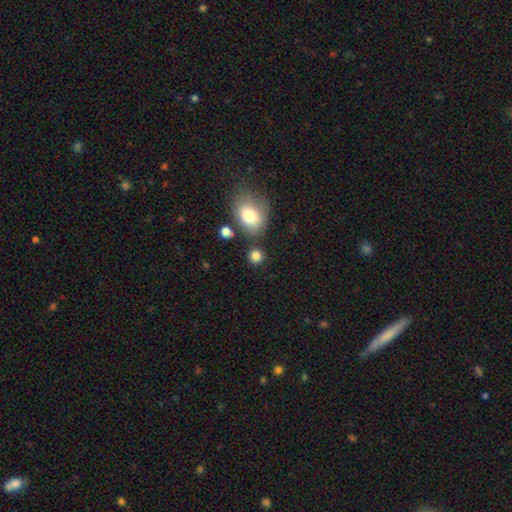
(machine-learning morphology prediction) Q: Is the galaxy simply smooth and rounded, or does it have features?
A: smooth — 83%.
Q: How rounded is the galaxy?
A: round — 85%.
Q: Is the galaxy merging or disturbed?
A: none — 78%.